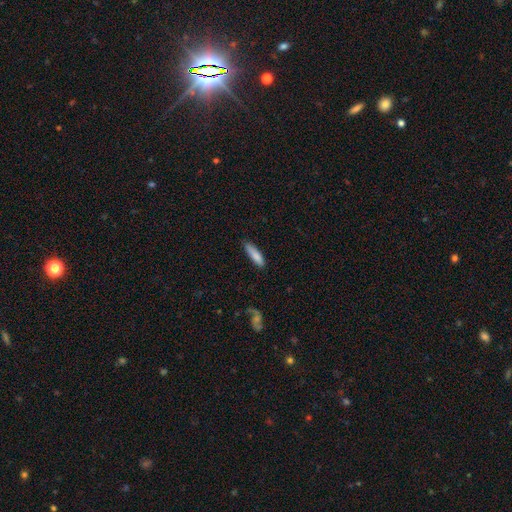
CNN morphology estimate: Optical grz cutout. It shows a smooth galaxy with no disk features (83%) that is cigar-shaped (73%). Merging: none (81%).